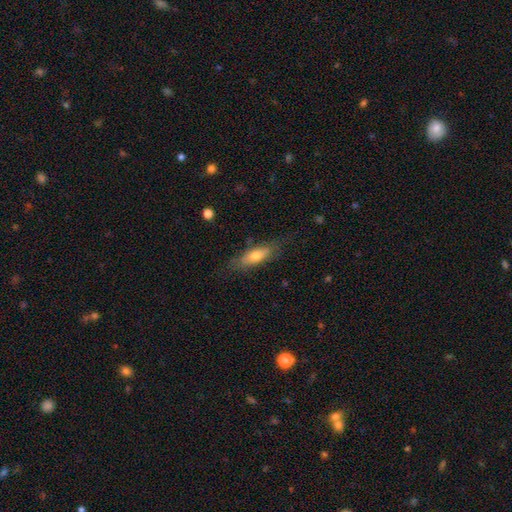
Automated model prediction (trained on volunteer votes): A smooth galaxy with no disk features (62%) that is in between round and cigar-shaped (51%). Merging: none (73%).